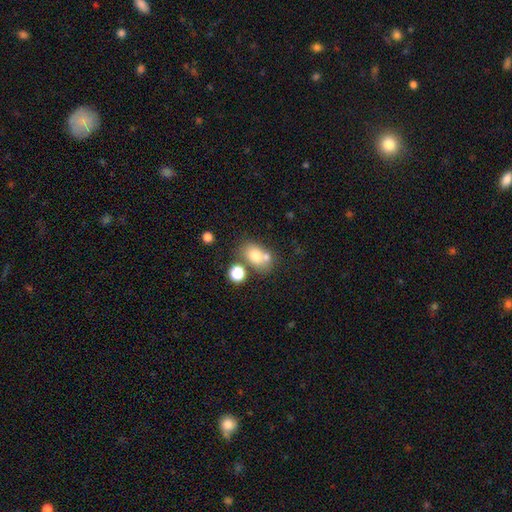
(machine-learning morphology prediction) The model was most divided on "merging": none: 46%, merger: 37%, minor disturbance: 12%, major disturbance: 5%. More confident: smooth or featured — smooth (70%); how rounded — in between (61%).